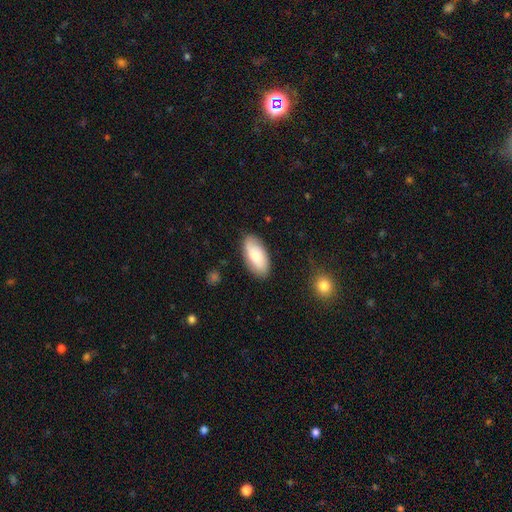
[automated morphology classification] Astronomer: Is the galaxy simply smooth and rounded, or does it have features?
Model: smooth — 69%.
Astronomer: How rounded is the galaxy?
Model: in between — 92%.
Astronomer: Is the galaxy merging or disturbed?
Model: none — 83%.